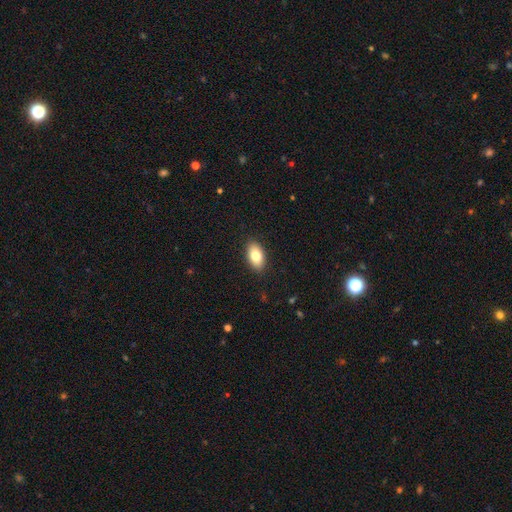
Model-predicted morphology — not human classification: This appears to be a smooth galaxy with no disk features (80%) that is in between round and cigar-shaped (92%). Merging: none (89%).